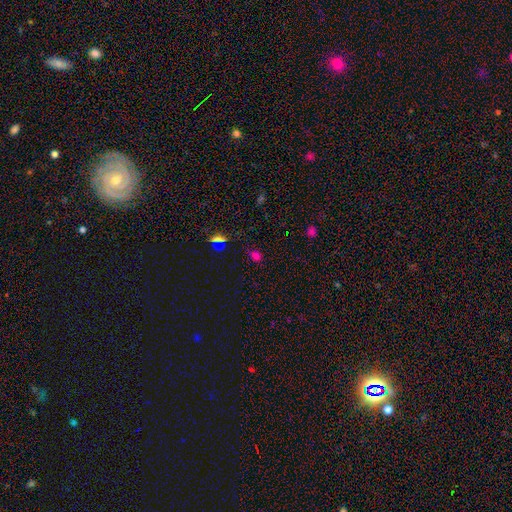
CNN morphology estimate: type=smooth (57%); roundness=in between (53%); merging=none (74%).